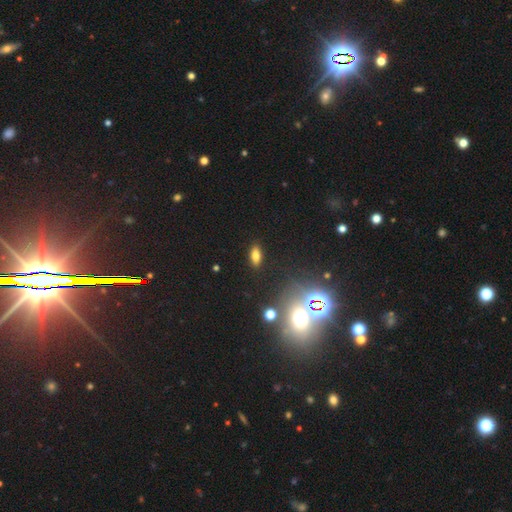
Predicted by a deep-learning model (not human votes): Smooth or featured? smooth (73%)
How rounded? in between (82%)
Merging? none (88%)